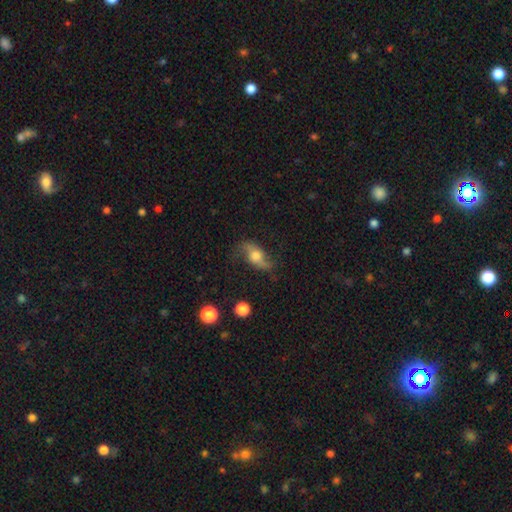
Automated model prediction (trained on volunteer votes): smooth_or_featured: featured or disk (p=0.59) [alt: smooth p=0.31]
disk_edge_on: no (p=0.81) [alt: yes p=0.19]
merging: none (p=0.67) [alt: minor disturbance p=0.20]